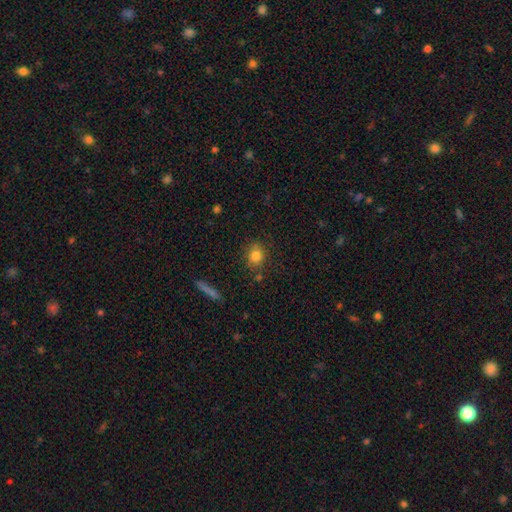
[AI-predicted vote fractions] smooth 82%, star or artifact 11%, featured or disk 8%. Down the decision tree: how rounded — round (73%); merging — none (78%).